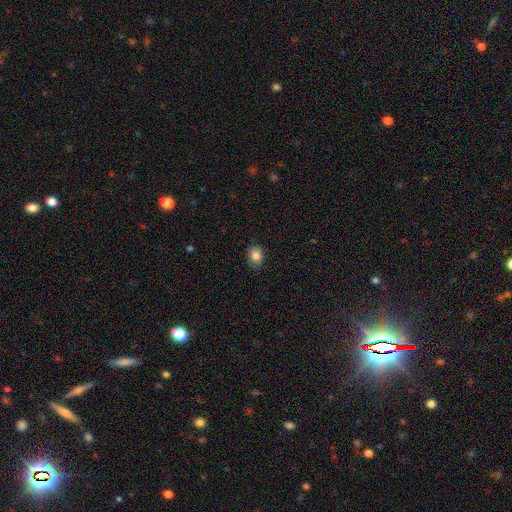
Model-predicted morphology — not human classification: smooth-or-featured: smooth: 85% | star or artifact: 9% | featured or disk: 6%
  how-rounded: in between: 56% | round: 43% | cigar-shaped: 1%
  merging: none: 81% | minor disturbance: 15% | major disturbance: 3% | merger: 1%